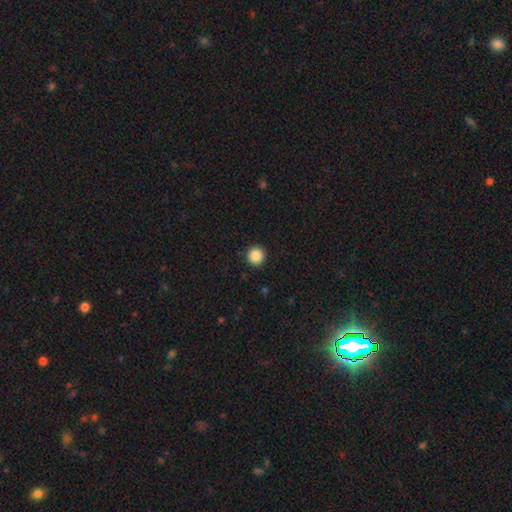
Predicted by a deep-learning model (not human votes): Overall: smooth (88%). How rounded: round (95%). Merging: none (93%).